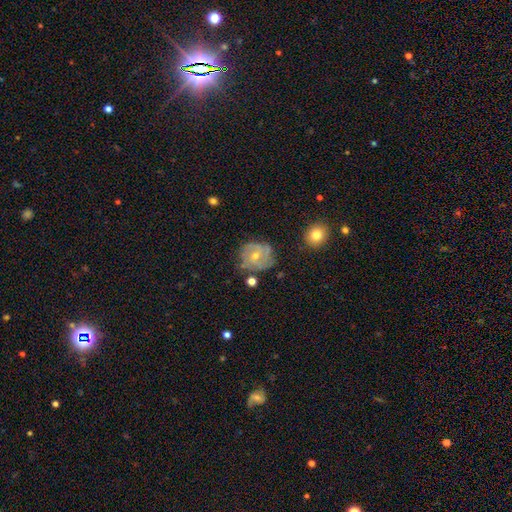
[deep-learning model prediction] smooth_or_featured: featured or disk (p=0.69) [alt: smooth p=0.20]
disk_edge_on: no (p=0.97) [alt: yes p=0.03]
bar: no (p=0.72) [alt: weak p=0.23]
has_spiral_arms: yes (p=0.86) [alt: no p=0.14]
spiral_winding: tight (p=0.61) [alt: medium p=0.30]
spiral_arm_count: can't tell (p=0.33) [alt: 3 p=0.25]
bulge_size: small (p=0.53) [alt: moderate p=0.44]
merging: none (p=0.70) [alt: minor disturbance p=0.20]